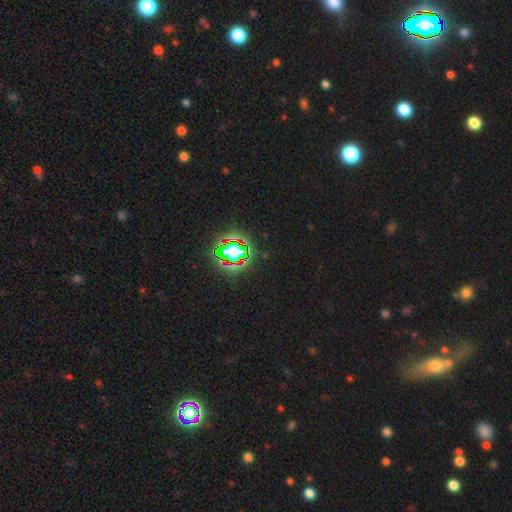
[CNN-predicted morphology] star or artifact 80%, smooth 13%, featured or disk 7%.